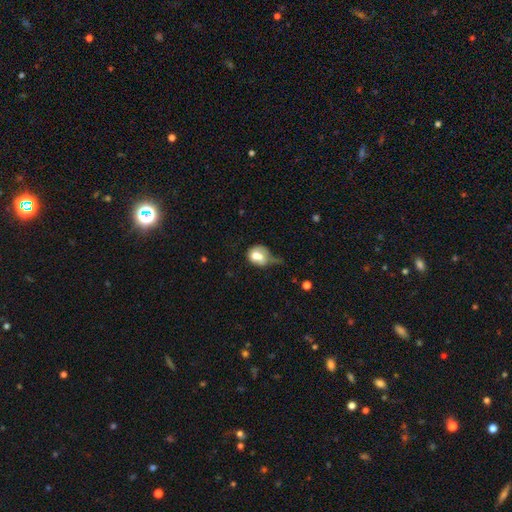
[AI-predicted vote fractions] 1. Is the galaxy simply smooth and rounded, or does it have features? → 66% smooth, 25% featured or disk, 9% star or artifact.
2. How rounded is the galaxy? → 60% round, 39% in between, 1% cigar-shaped.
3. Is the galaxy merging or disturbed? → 28% major disturbance, 26% minor disturbance, 24% merger, 22% none.